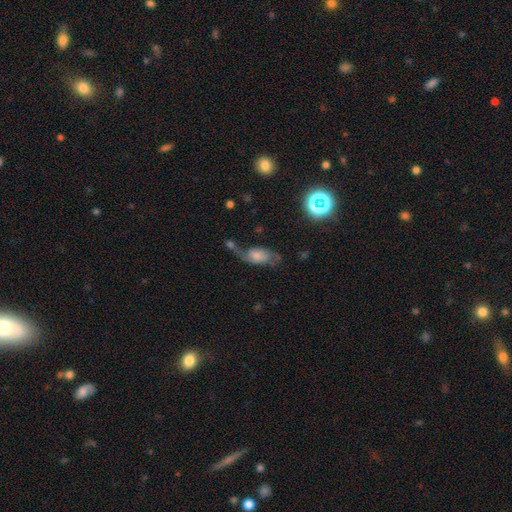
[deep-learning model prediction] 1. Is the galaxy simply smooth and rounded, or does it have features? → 59% featured or disk, 24% smooth, 17% star or artifact.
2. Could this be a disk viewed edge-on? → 88% no, 12% yes.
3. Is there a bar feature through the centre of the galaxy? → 67% no, 26% weak, 7% strong.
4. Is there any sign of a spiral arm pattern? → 86% yes, 14% no.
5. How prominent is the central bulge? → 34% moderate, 29% small, 17% large, 15% none, 5% dominant.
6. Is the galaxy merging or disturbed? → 49% none, 21% minor disturbance, 20% major disturbance, 9% merger.